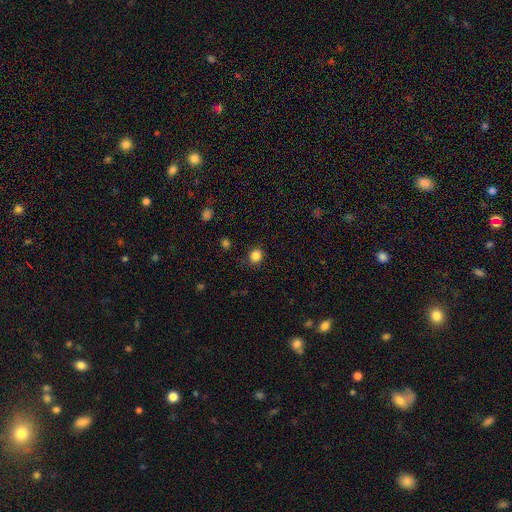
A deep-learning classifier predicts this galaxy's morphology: This is clearly a smooth galaxy (85%). How rounded: clearly round (84%). Merging: clearly none (86%).